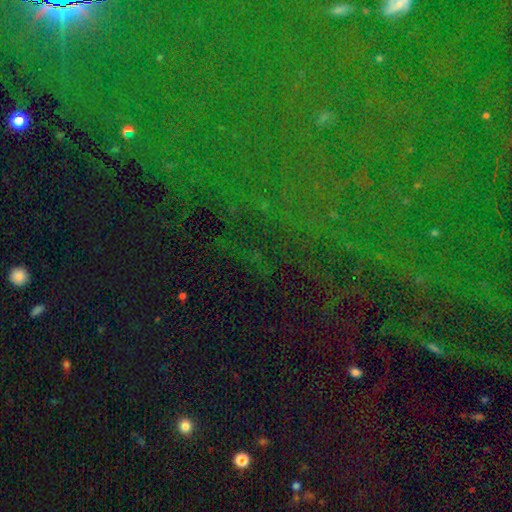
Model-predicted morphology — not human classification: Overall: star or artifact (82%).